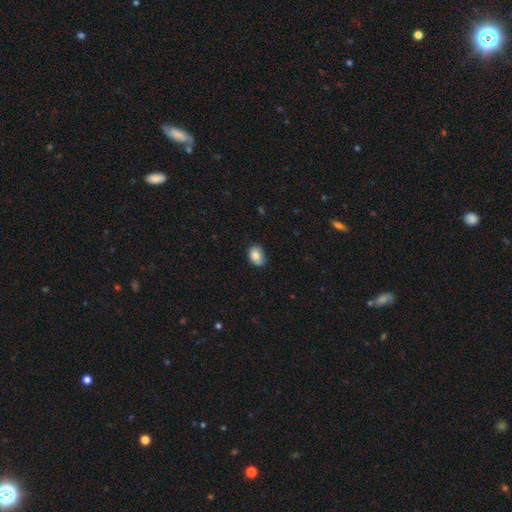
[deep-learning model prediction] This is clearly a smooth galaxy (83%). How rounded: likely in between (79%). Merging: likely none (74%).